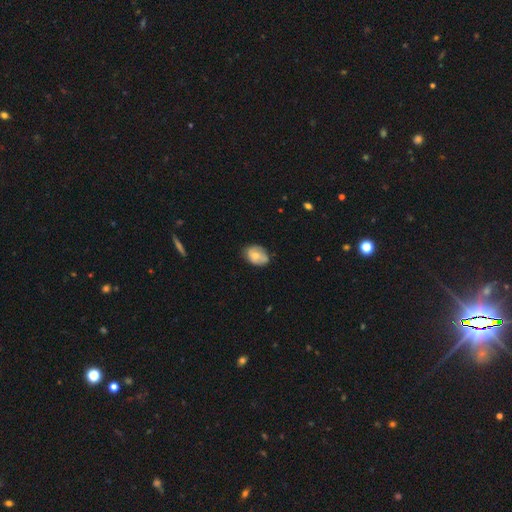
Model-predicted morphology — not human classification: type=smooth (65%); roundness=in between (75%); merging=none (68%).